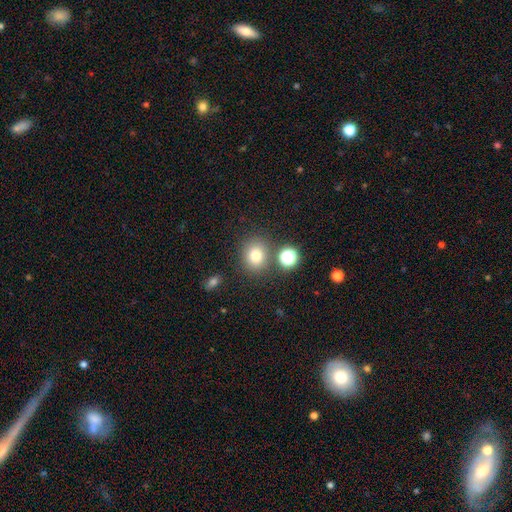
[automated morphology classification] Q: Smooth or featured?
A: smooth (77%); runner-up: star or artifact (15%)
Q: How rounded?
A: round (73%); runner-up: in between (26%)
Q: Merging?
A: none (77%); runner-up: minor disturbance (10%)